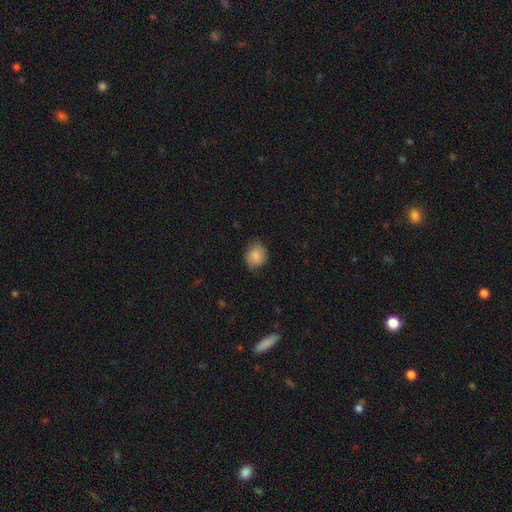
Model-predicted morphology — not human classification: A smooth galaxy with no disk features (84%) that is round (63%).

Vote fractions:
- Smooth or featured? smooth: 84% / featured or disk: 8% / star or artifact: 8%
- How rounded? round: 63% / in between: 36% / cigar-shaped: 1%
- Merging? none: 76% / minor disturbance: 19% / major disturbance: 4% / merger: 1%